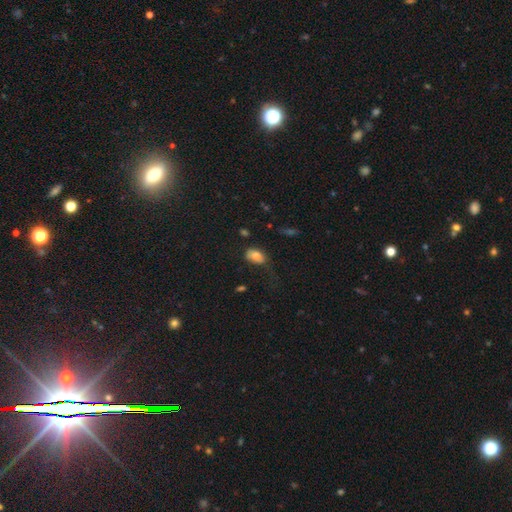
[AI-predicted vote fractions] Overall: smooth (77%). How rounded: in between (84%). Merging: none (47%; minor disturbance 32%).